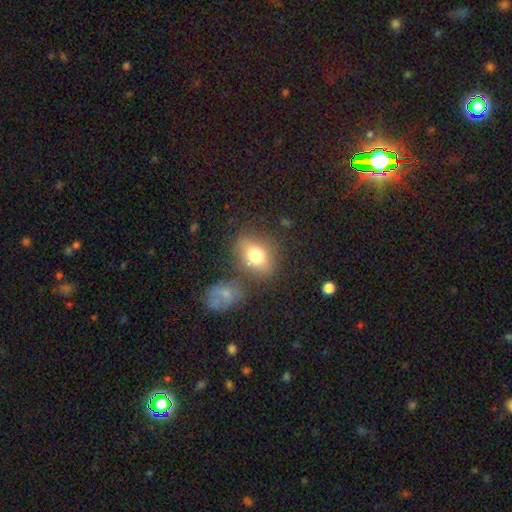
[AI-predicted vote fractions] Smooth or featured? smooth (76%)
How rounded? in between (62%)
Merging? none (67%)